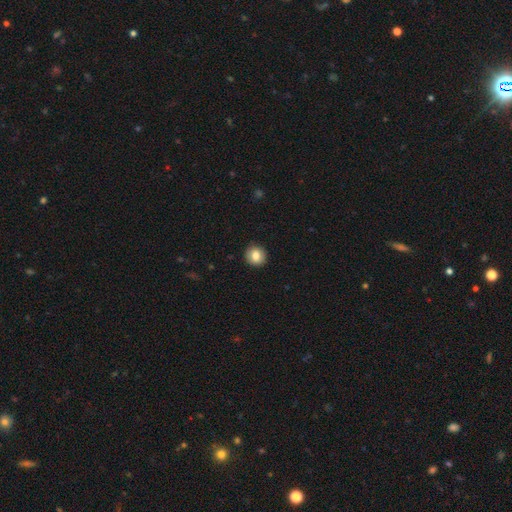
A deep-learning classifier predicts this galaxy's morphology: This is clearly a smooth galaxy (82%). How rounded: clearly round (92%). Merging: clearly none (92%).